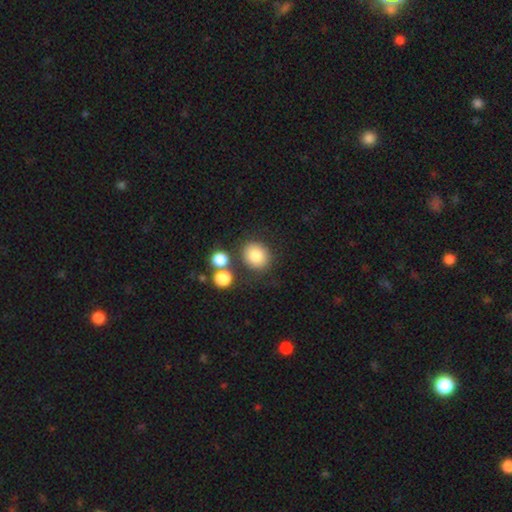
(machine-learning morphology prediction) Smooth or featured: smooth — 82% (star or artifact — 9%)
How rounded: round — 75% (in between — 24%)
Merging: none — 76% (minor disturbance — 10%)